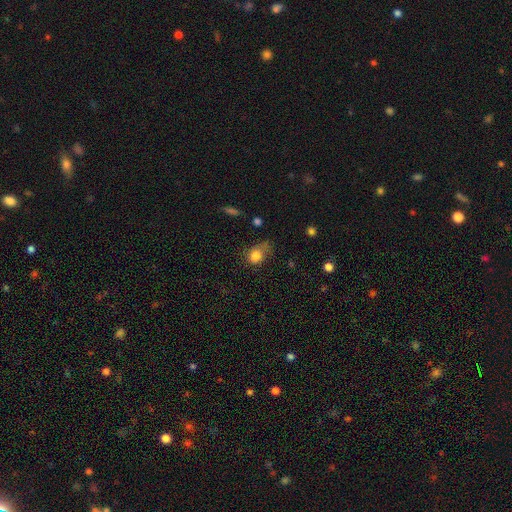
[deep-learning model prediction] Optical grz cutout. It shows a smooth galaxy with no disk features (80%) that is round (51%). Merging: none (38%).